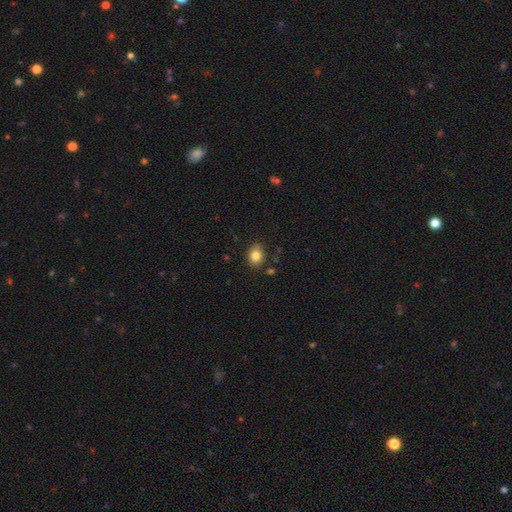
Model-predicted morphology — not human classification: Smooth or featured? smooth (82%)
How rounded? in between (53%)
Merging? none (81%)